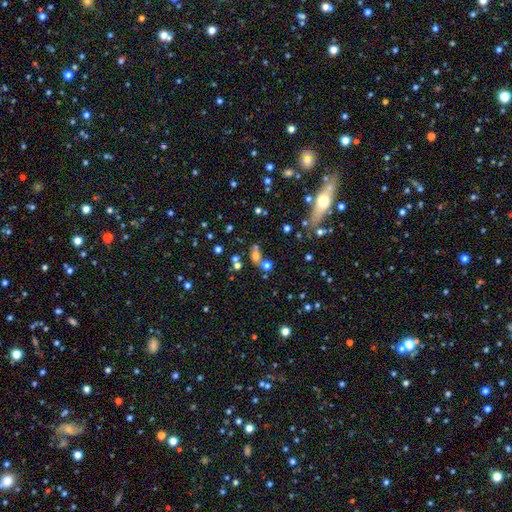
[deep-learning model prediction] smooth 59%, star or artifact 25%, featured or disk 16%. Down the decision tree: how rounded — in between (54%); merging — none (45%).